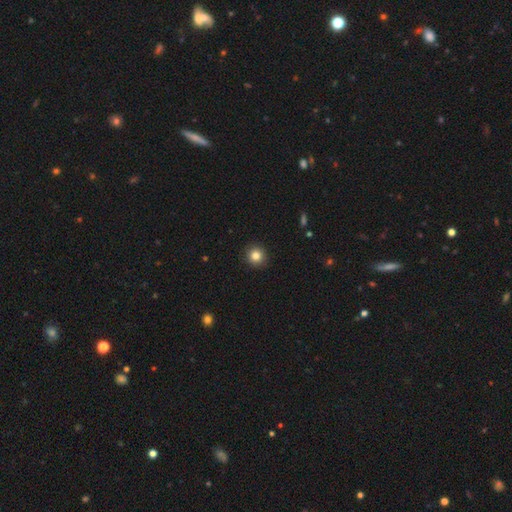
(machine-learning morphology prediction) Smooth or featured: smooth — 84% (star or artifact — 11%)
How rounded: round — 93% (in between — 6%)
Merging: none — 92% (minor disturbance — 5%)